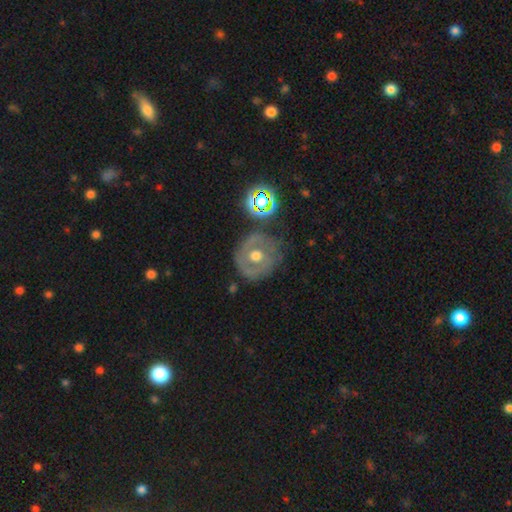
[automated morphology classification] Smooth or featured? Predicted: featured or disk (p=0.59). Edge-on disk? Predicted: no (p=0.96). Bar? Predicted: no (p=0.78). Spiral arms? Predicted: no (p=0.55). Bulge size? Predicted: moderate (p=0.73). Merging? Predicted: none (p=0.70).